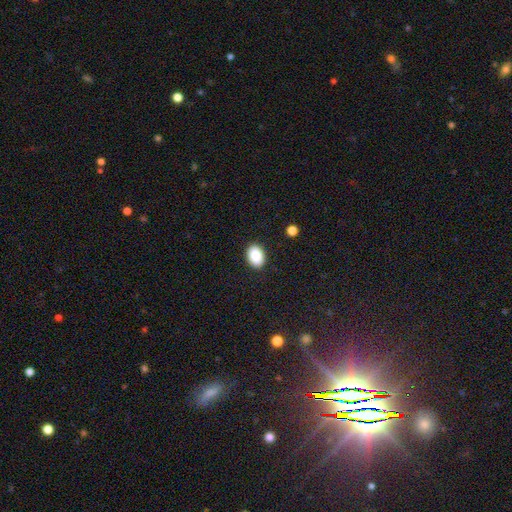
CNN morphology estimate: Smooth or featured? smooth (89%)
How rounded? in between (81%)
Merging? none (90%)